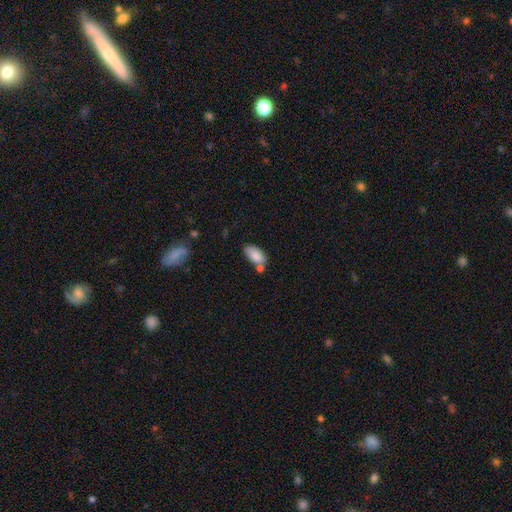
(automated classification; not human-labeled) A smooth galaxy with no disk features (85%) that is in between round and cigar-shaped (93%). Merging: none (57%).